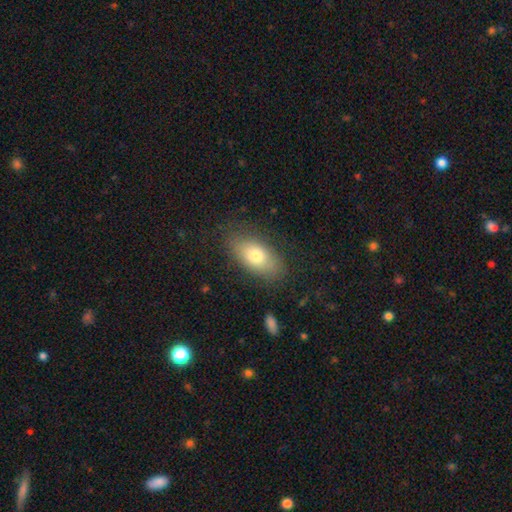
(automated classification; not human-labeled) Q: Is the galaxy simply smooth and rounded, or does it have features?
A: smooth — 74%.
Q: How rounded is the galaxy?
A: in between — 89%.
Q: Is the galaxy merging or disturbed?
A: none — 80%.